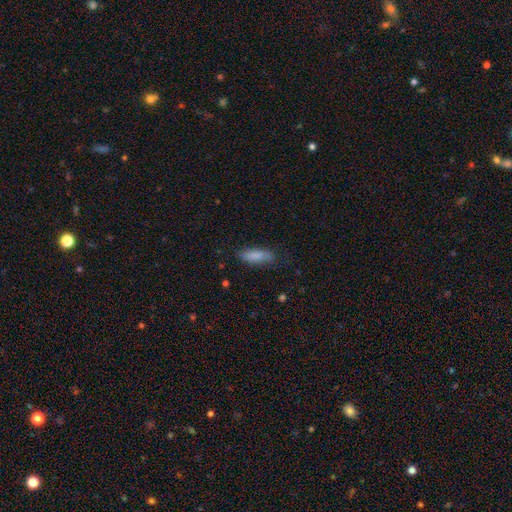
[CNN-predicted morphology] A smooth galaxy with no disk features (84%) that is in between round and cigar-shaped (58%). Merging: none (76%).